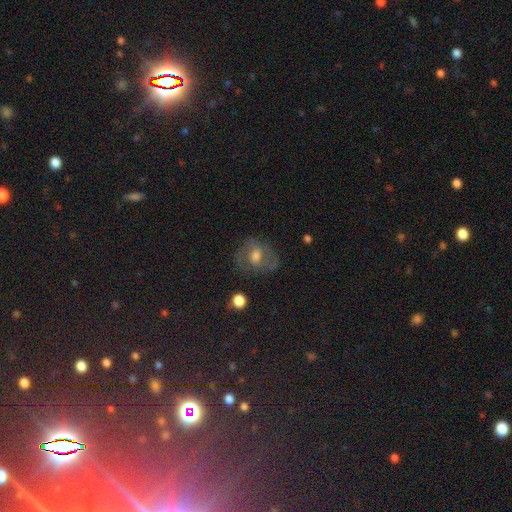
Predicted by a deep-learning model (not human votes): A featured or disk galaxy (53%) with no bar (47%), spiral arms (67%) and a moderate central bulge (63%).

Vote fractions:
- Smooth or featured? featured or disk: 53% / smooth: 33% / star or artifact: 14%
- Edge-on disk? no: 95% / yes: 5%
- Bar? no: 47% / weak: 41% / strong: 12%
- Spiral arms? yes: 67% / no: 33%
- Bulge size? moderate: 63% / small: 16% / large: 16% / none: 3% / dominant: 2%
- Merging? none: 70% / minor disturbance: 18% / major disturbance: 10% / merger: 2%